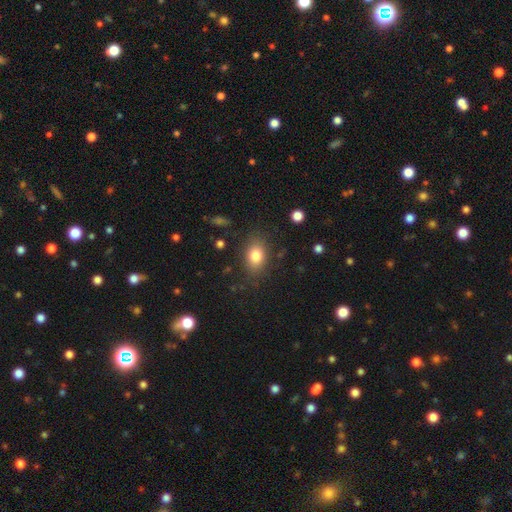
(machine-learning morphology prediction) This is clearly a smooth galaxy (81%). How rounded: likely in between (75%). Merging: clearly none (81%).